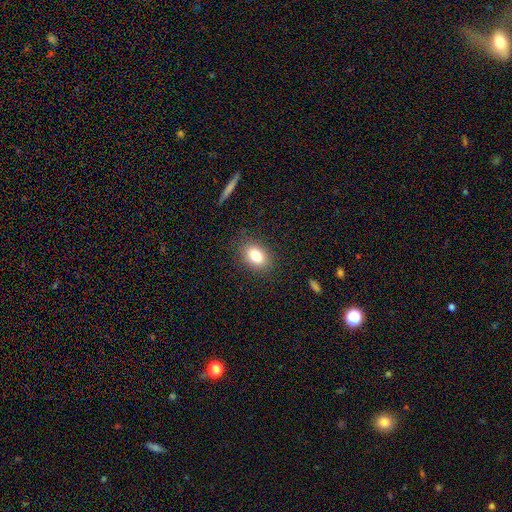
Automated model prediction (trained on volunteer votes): The model was most divided on "how rounded": in between: 81%, round: 17%, cigar-shaped: 2%. More confident: merging — none (85%); smooth or featured — smooth (82%).